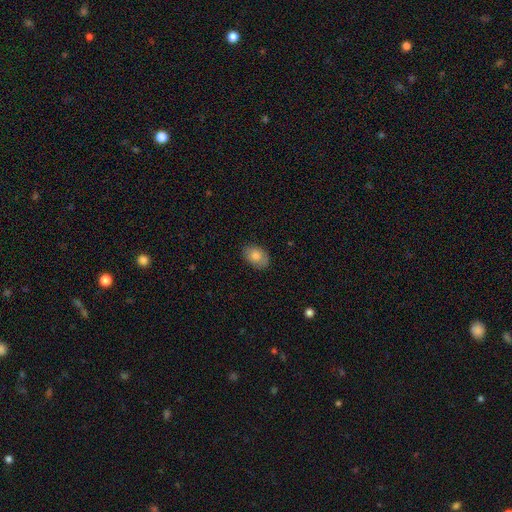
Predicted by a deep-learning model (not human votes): smooth-or-featured: smooth: 80% | featured or disk: 12% | star or artifact: 8%
  how-rounded: in between: 78% | round: 21% | cigar-shaped: 1%
  merging: none: 81% | minor disturbance: 15% | major disturbance: 3% | merger: 1%